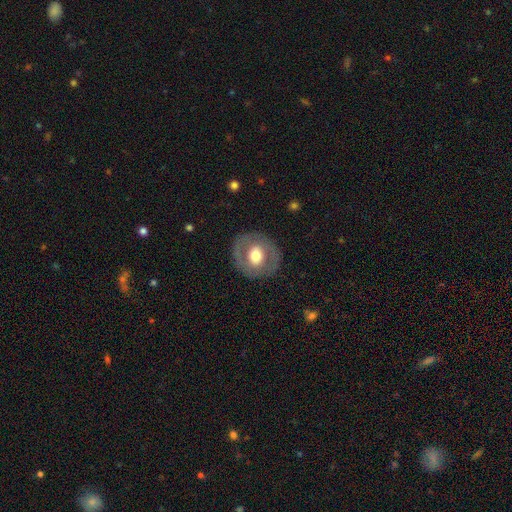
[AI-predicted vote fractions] Smooth or featured? featured or disk (48%)
Merging? none (84%)